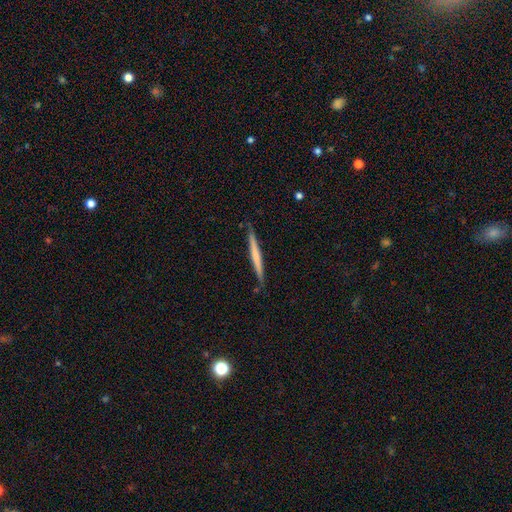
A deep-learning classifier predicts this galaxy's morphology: A smooth galaxy with no disk features (49%).

Vote fractions:
- Smooth or featured? smooth: 49% / featured or disk: 46% / star or artifact: 5%
- Merging? none: 88% / minor disturbance: 9% / major disturbance: 1% / merger: 1%